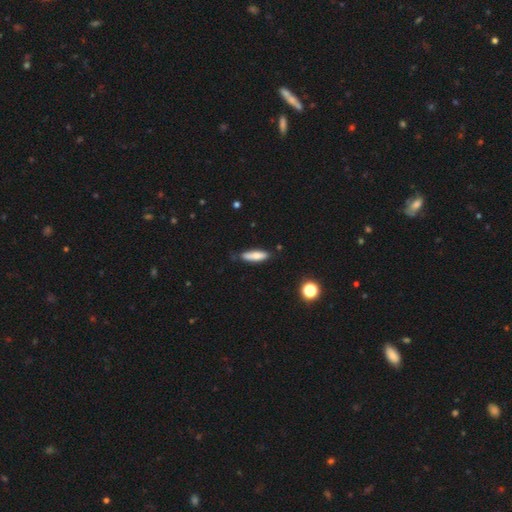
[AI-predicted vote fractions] A smooth galaxy with no disk features (73%) that is cigar-shaped (64%).

Vote fractions:
- Smooth or featured? smooth: 73% / featured or disk: 20% / star or artifact: 7%
- How rounded? cigar-shaped: 64% / in between: 34% / round: 2%
- Merging? none: 79% / minor disturbance: 17% / major disturbance: 3% / merger: 2%